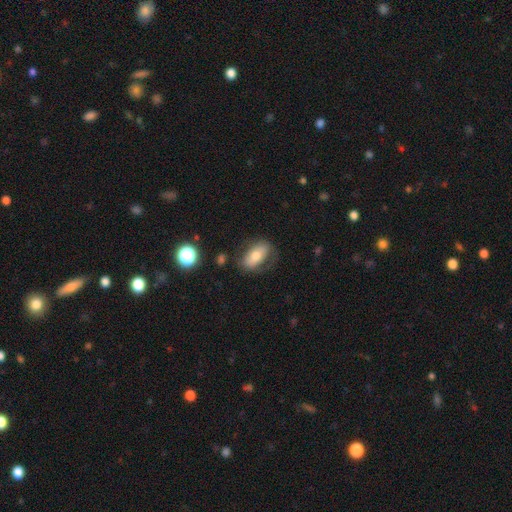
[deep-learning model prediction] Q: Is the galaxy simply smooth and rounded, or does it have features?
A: smooth — 64%.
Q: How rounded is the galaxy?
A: in between — 90%.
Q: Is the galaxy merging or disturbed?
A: none — 63%.